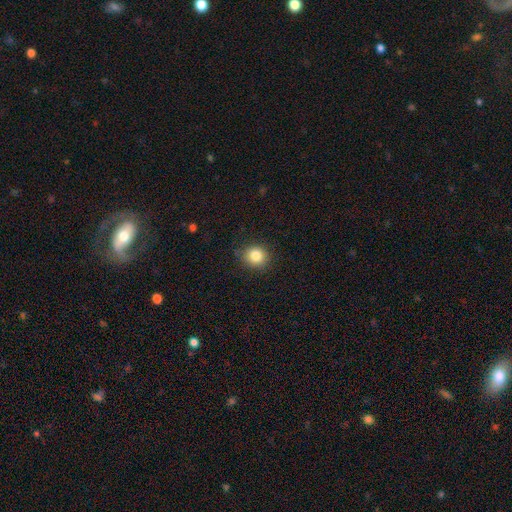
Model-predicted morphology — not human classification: Q: Smooth or featured?
A: smooth (84%); runner-up: star or artifact (10%)
Q: How rounded?
A: round (81%); runner-up: in between (18%)
Q: Merging?
A: none (85%); runner-up: minor disturbance (11%)